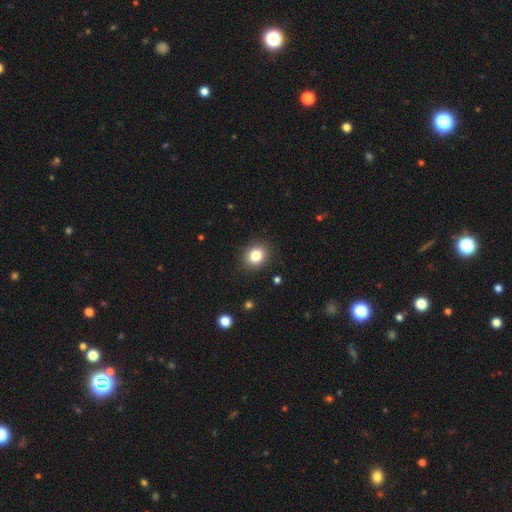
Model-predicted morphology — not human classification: Overall: smooth (83%). How rounded: round (72%). Merging: none (89%).